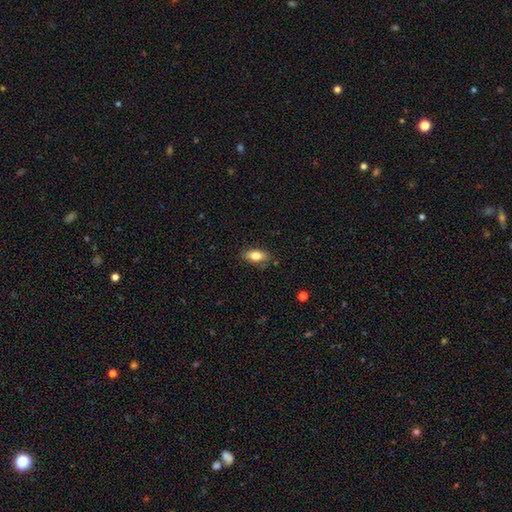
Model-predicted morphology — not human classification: This is likely a smooth galaxy (80%). How rounded: clearly in between (88%). Merging: clearly none (82%).